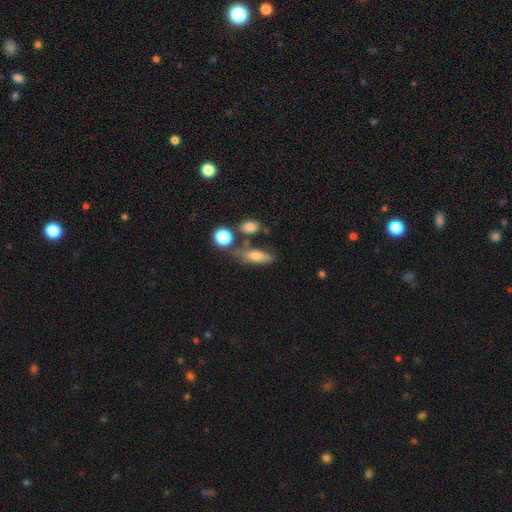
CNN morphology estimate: Q: Smooth or featured?
A: smooth (72%); runner-up: featured or disk (17%)
Q: How rounded?
A: in between (62%); runner-up: cigar-shaped (31%)
Q: Merging?
A: none (59%); runner-up: minor disturbance (18%)